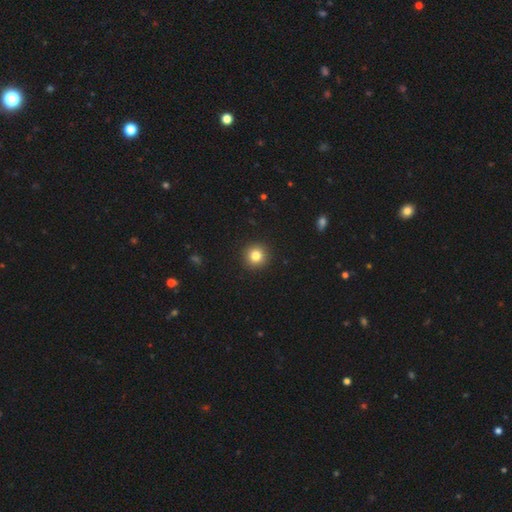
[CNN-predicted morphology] smooth_or_featured: smooth (p=0.82) [alt: star or artifact p=0.11]
how_rounded: round (p=0.95) [alt: in between p=0.04]
merging: none (p=0.93) [alt: minor disturbance p=0.05]